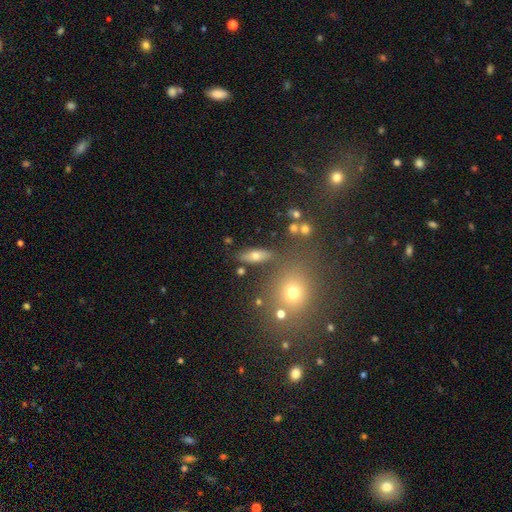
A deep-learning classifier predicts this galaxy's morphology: Smooth or featured? smooth (56%)
How rounded? in between (54%)
Merging? none (78%)